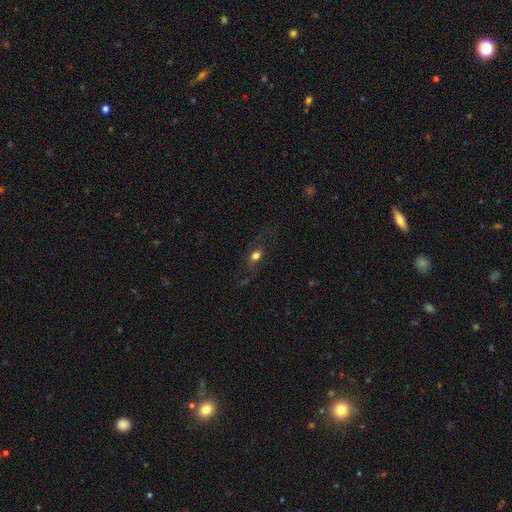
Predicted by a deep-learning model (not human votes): smooth_or_featured: smooth (p=0.53) [alt: featured or disk p=0.33]
how_rounded: in between (p=0.57) [alt: round p=0.33]
merging: none (p=0.63) [alt: major disturbance p=0.18]